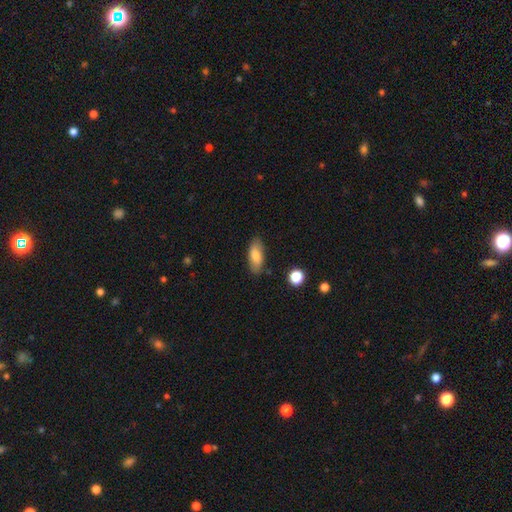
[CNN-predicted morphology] A smooth galaxy with no disk features (79%) that is in between round and cigar-shaped (79%).

Vote fractions:
- Smooth or featured? smooth: 79% / featured or disk: 14% / star or artifact: 7%
- How rounded? in between: 79% / cigar-shaped: 18% / round: 3%
- Merging? none: 83% / minor disturbance: 12% / major disturbance: 3% / merger: 2%